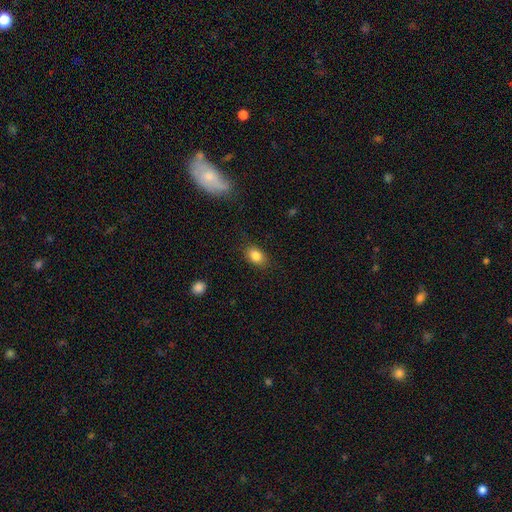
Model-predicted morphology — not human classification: The model was most divided on "how rounded": in between: 81%, round: 18%, cigar-shaped: 2%. More confident: smooth or featured — smooth (84%); merging — none (82%).